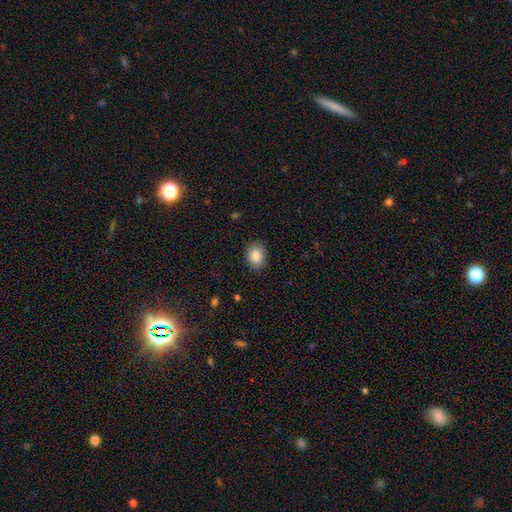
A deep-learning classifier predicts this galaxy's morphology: Q: Smooth or featured?
A: smooth (87%); runner-up: star or artifact (8%)
Q: How rounded?
A: in between (53%); runner-up: round (46%)
Q: Merging?
A: none (87%); runner-up: minor disturbance (10%)